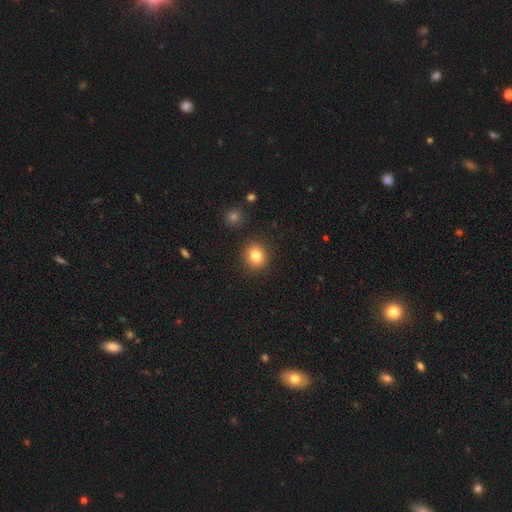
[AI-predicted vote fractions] Q: Smooth or featured?
A: smooth (81%); runner-up: star or artifact (11%)
Q: How rounded?
A: round (89%); runner-up: in between (10%)
Q: Merging?
A: none (90%); runner-up: minor disturbance (6%)